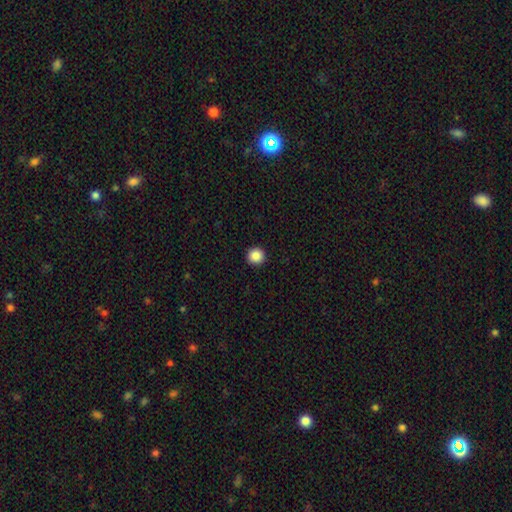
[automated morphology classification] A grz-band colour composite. It shows a smooth galaxy with no disk features (87%) that is round (94%). Merging: none (93%).